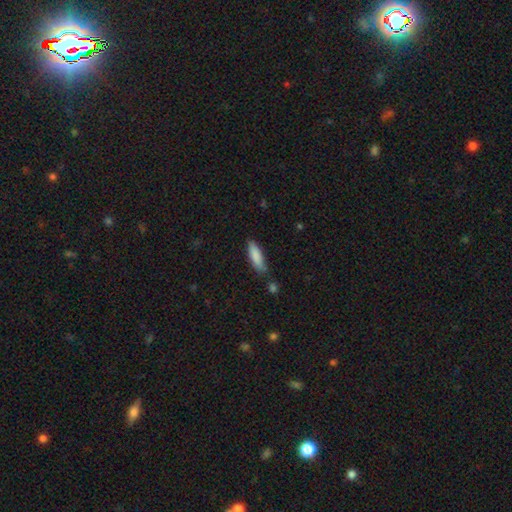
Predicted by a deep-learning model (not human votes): This is clearly a smooth galaxy (86%). How rounded: possibly cigar-shaped (52%). Merging: likely none (72%).